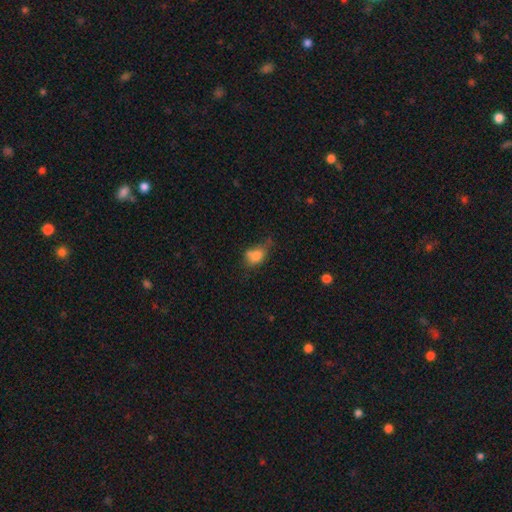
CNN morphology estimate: This appears to be a smooth galaxy with no disk features (77%) that is in between round and cigar-shaped (67%). Merging: none (35%).